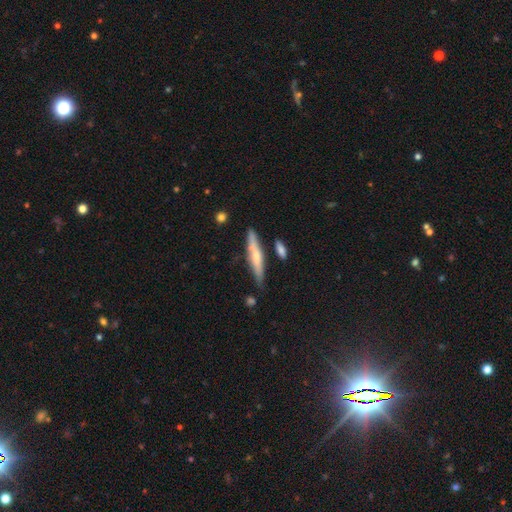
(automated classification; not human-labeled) smooth 50%, featured or disk 44%, star or artifact 6%. Down the decision tree: how rounded — cigar-shaped (88%); merging — none (73%).